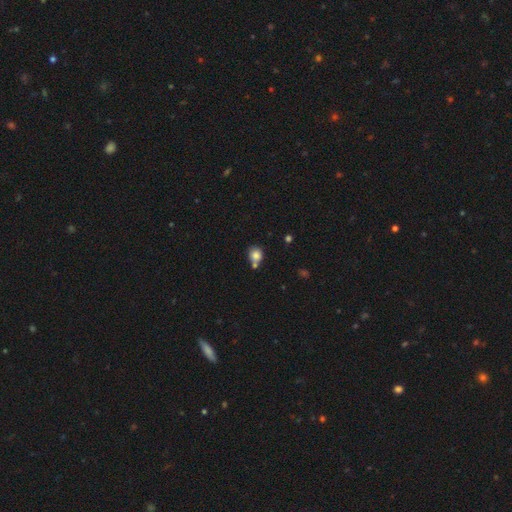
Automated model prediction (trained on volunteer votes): The model was most divided on "merging": none: 54%, merger: 26%, minor disturbance: 15%, major disturbance: 5%. More confident: smooth or featured — smooth (82%); how rounded — round (77%).